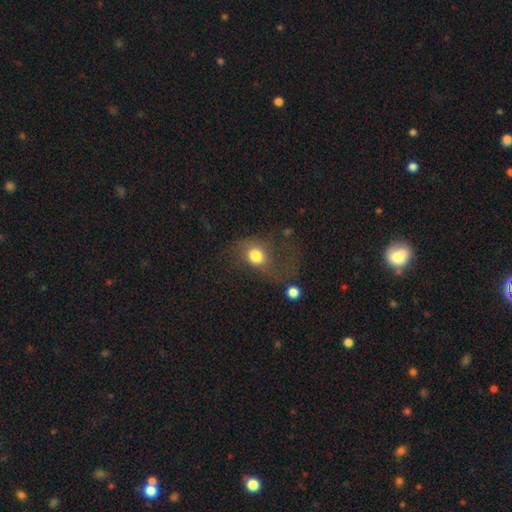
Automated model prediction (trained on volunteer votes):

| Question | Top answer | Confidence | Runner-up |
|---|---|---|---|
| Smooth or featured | smooth | 65% | featured or disk (24%) |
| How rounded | round | 55% | in between (43%) |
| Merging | major disturbance | 41% | none (34%) |